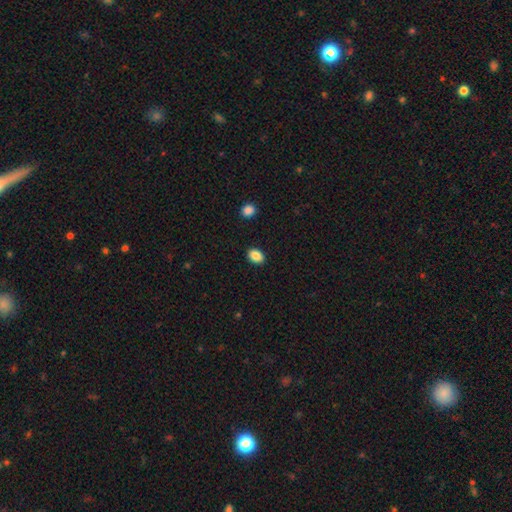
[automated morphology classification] Smooth or featured?
  - smooth: 88% *
  - star or artifact: 9%
  - featured or disk: 3%
How rounded?
  - in between: 73% *
  - round: 26%
  - cigar-shaped: 1%
Merging?
  - none: 90% *
  - minor disturbance: 7%
  - major disturbance: 2%
  - merger: 1%